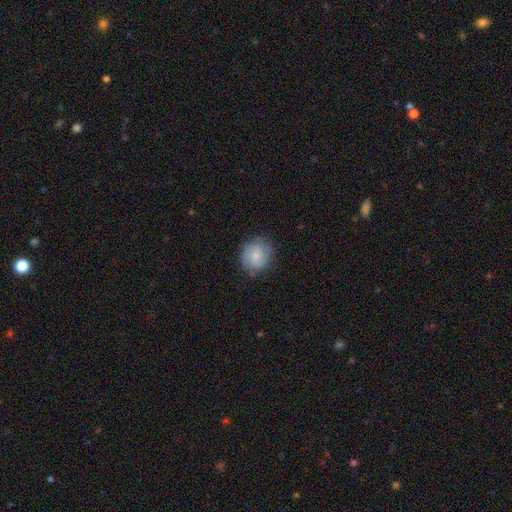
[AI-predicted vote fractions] smooth_or_featured: smooth (p=0.72) [alt: featured or disk p=0.21]
how_rounded: round (p=0.78) [alt: in between p=0.21]
merging: none (p=0.76) [alt: minor disturbance p=0.18]